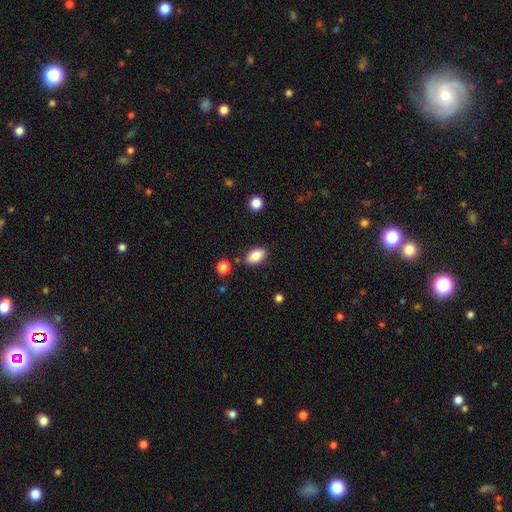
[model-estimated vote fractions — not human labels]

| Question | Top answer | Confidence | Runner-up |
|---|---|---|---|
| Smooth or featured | smooth | 86% | star or artifact (8%) |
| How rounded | in between | 91% | round (6%) |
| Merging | none | 84% | minor disturbance (10%) |